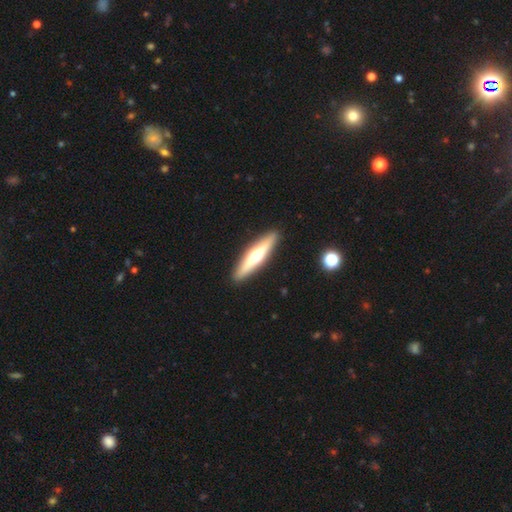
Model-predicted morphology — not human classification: Smooth or featured? featured or disk (60%)
Edge-on disk? yes (94%)
Edge-on bulge? rounded (92%)
Merging? none (92%)